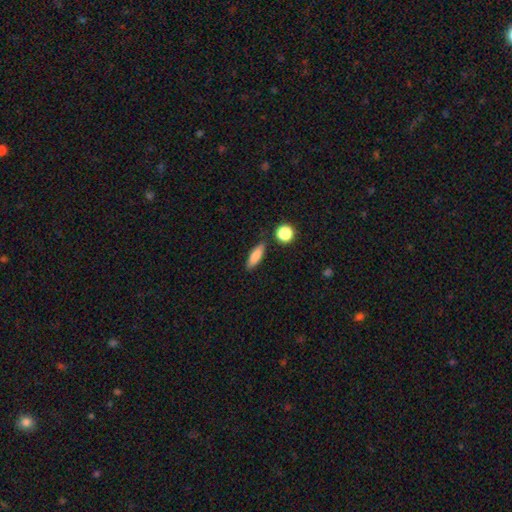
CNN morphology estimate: Smooth or featured?
  - smooth: 81% *
  - featured or disk: 12%
  - star or artifact: 8%
How rounded?
  - in between: 50% *
  - cigar-shaped: 46%
  - round: 4%
Merging?
  - none: 84% *
  - minor disturbance: 10%
  - merger: 4%
  - major disturbance: 2%